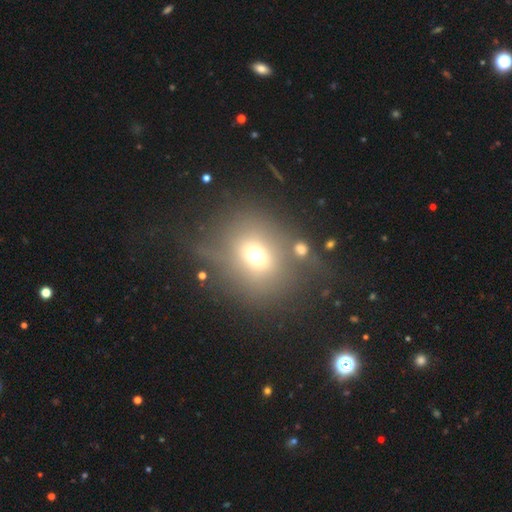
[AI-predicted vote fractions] This is likely a smooth galaxy (61%). How rounded: likely round (69%). Merging: possibly none (60%).